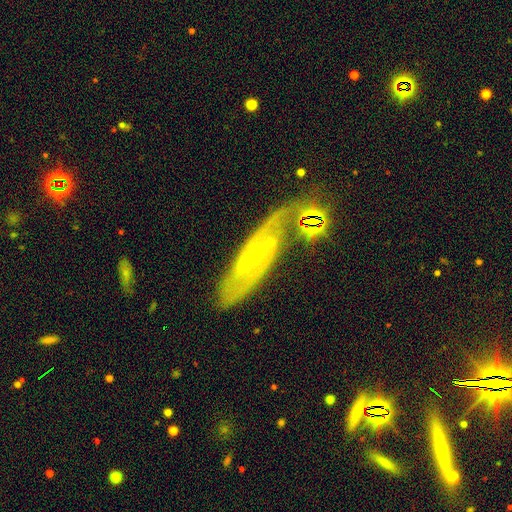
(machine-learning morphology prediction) smooth-or-featured: featured or disk: 86% | smooth: 7% | star or artifact: 7%
  disk-edge-on: no: 90% | yes: 10%
    bar: weak: 47% | no: 36% | strong: 17%
    has-spiral-arms: yes: 96% | no: 4%
      spiral-winding: medium: 45% | tight: 42% | loose: 13%
      spiral-arm-count: 2: 78% | can't tell: 10% | 3: 5% | 1: 2% | 4: 2% | more than 4: 2%
    bulge-size: small: 79% | moderate: 16% | none: 3% | large: 1% | dominant: 1%
  merging: none: 67% | minor disturbance: 18% | merger: 8% | major disturbance: 8%